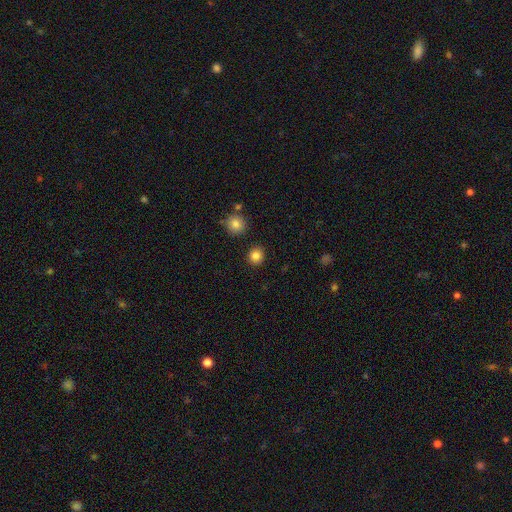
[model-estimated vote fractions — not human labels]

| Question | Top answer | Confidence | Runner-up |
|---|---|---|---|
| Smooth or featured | smooth | 84% | star or artifact (11%) |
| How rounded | round | 88% | in between (11%) |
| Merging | none | 90% | minor disturbance (6%) |